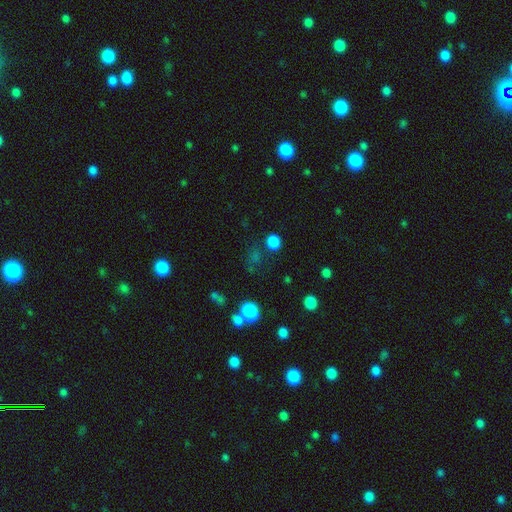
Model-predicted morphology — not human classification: type=smooth (52%); roundness=round (78%); merging=none (68%).